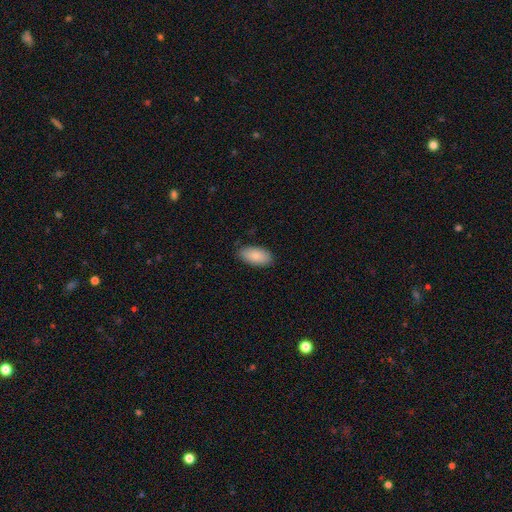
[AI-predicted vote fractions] smooth 86%, featured or disk 8%, star or artifact 6%. Down the decision tree: how rounded — in between (94%); merging — none (84%).